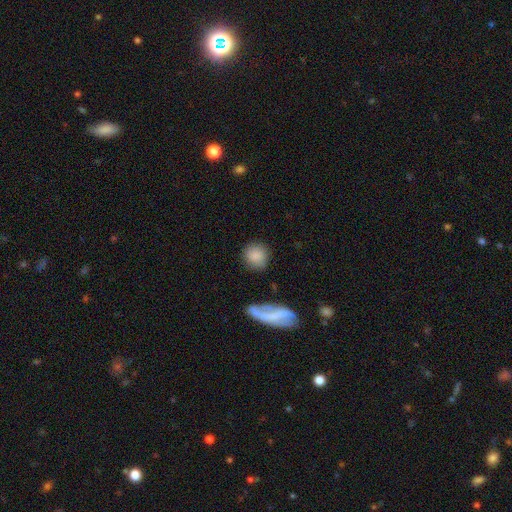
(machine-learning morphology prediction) Q: Smooth or featured?
A: smooth (83%); runner-up: featured or disk (9%)
Q: How rounded?
A: round (87%); runner-up: in between (11%)
Q: Merging?
A: none (81%); runner-up: minor disturbance (11%)